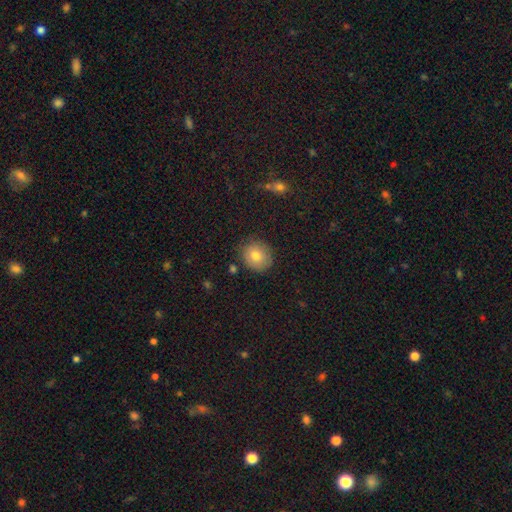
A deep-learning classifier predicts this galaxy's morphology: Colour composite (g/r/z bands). It shows a smooth galaxy with no disk features (79%) that is round (85%). Merging: none (83%).